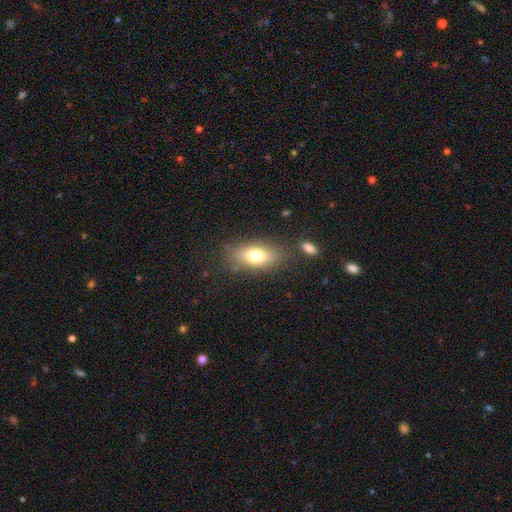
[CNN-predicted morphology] Smooth or featured? Predicted: smooth (p=0.74). How rounded? Predicted: in between (p=0.85). Merging? Predicted: none (p=0.77).